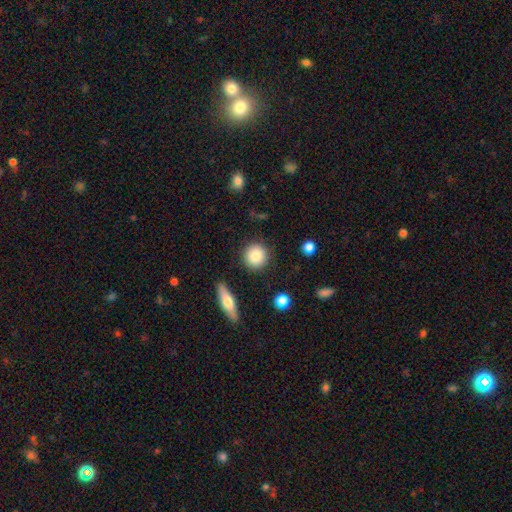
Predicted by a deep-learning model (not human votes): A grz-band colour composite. It shows a smooth galaxy with no disk features (86%) that is round (91%). Merging: none (89%).